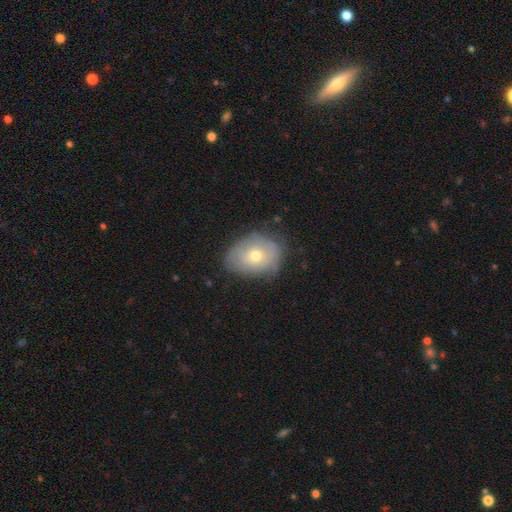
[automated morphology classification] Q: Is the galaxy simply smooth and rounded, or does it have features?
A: smooth — 52%.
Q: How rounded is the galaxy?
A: in between — 64%.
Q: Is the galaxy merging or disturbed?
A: none — 70%.